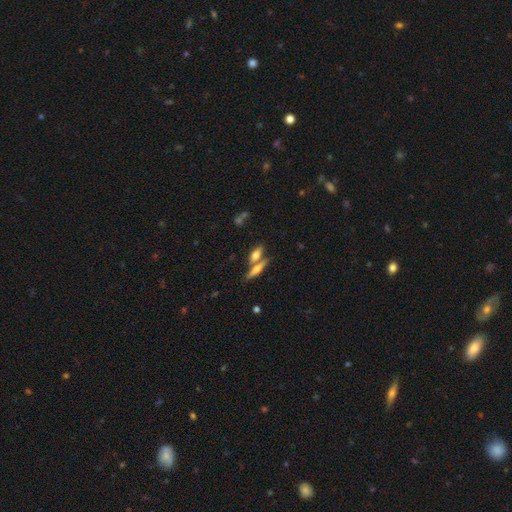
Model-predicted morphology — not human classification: Smooth or featured?
  - smooth: 55% *
  - featured or disk: 36%
  - star or artifact: 9%
How rounded?
  - cigar-shaped: 50% *
  - in between: 43%
  - round: 6%
Merging?
  - none: 56% *
  - merger: 32%
  - minor disturbance: 9%
  - major disturbance: 3%